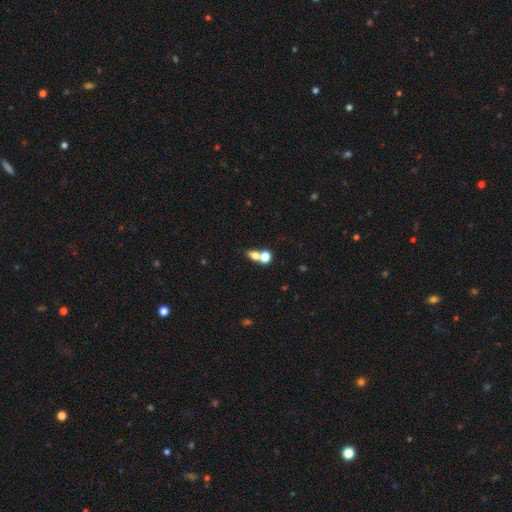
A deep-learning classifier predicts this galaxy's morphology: This appears to be a smooth galaxy with no disk features (72%) that is in between round and cigar-shaped (59%). Merging: merger (54%).